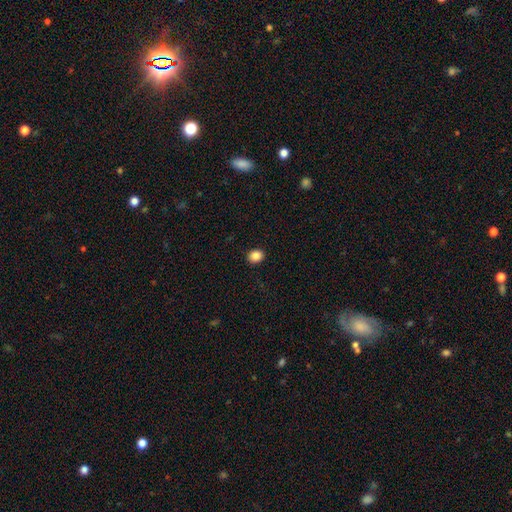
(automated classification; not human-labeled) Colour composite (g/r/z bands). It shows a smooth galaxy with no disk features (86%) that is round (63%). Merging: none (92%).